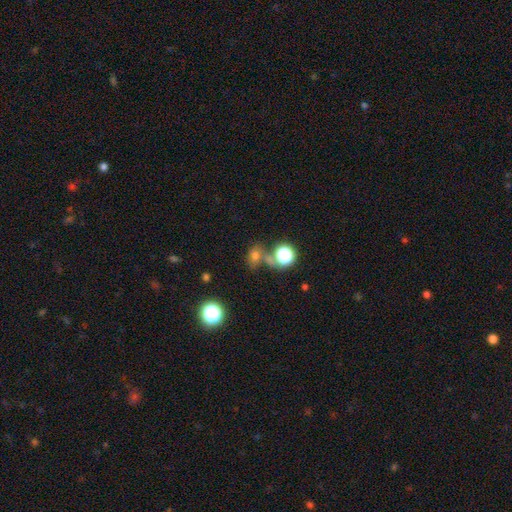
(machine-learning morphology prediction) This is likely a smooth galaxy (62%). How rounded: possibly round (59%). Merging: possibly none (52%).